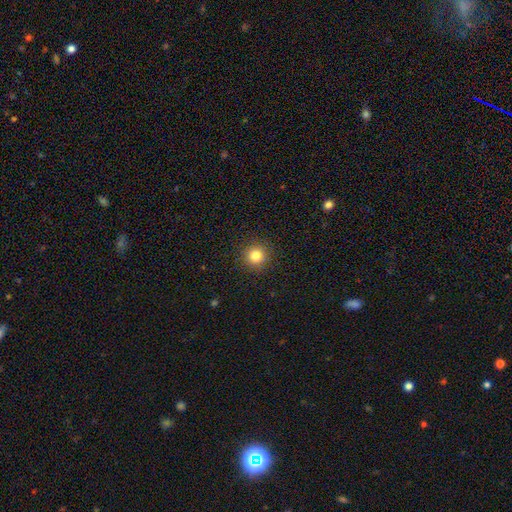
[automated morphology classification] Smooth or featured?
  - smooth: 82% *
  - star or artifact: 12%
  - featured or disk: 6%
How rounded?
  - round: 95% *
  - in between: 4%
  - cigar-shaped: 1%
Merging?
  - none: 92% *
  - minor disturbance: 5%
  - major disturbance: 2%
  - merger: 1%